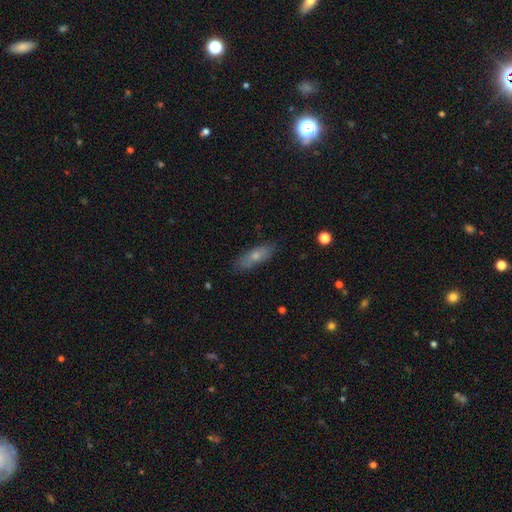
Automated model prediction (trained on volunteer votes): A smooth galaxy with no disk features (64%) that is in between round and cigar-shaped (52%).

Vote fractions:
- Smooth or featured? smooth: 64% / featured or disk: 29% / star or artifact: 7%
- How rounded? in between: 52% / cigar-shaped: 45% / round: 3%
- Merging? none: 78% / minor disturbance: 17% / major disturbance: 3% / merger: 2%